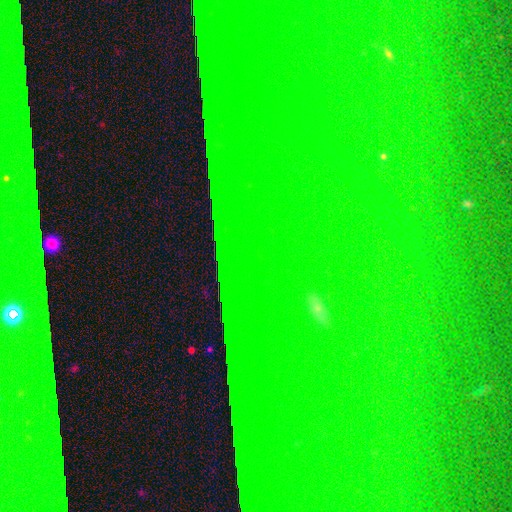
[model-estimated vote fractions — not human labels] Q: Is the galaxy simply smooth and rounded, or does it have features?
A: star or artifact — 84%.